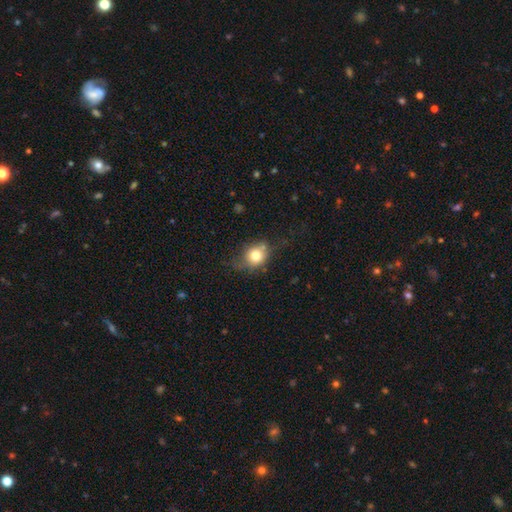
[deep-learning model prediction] A smooth galaxy with no disk features (75%) that is round (66%).

Vote fractions:
- Smooth or featured? smooth: 75% / featured or disk: 14% / star or artifact: 11%
- How rounded? round: 66% / in between: 33% / cigar-shaped: 1%
- Merging? none: 58% / minor disturbance: 27% / major disturbance: 11% / merger: 4%